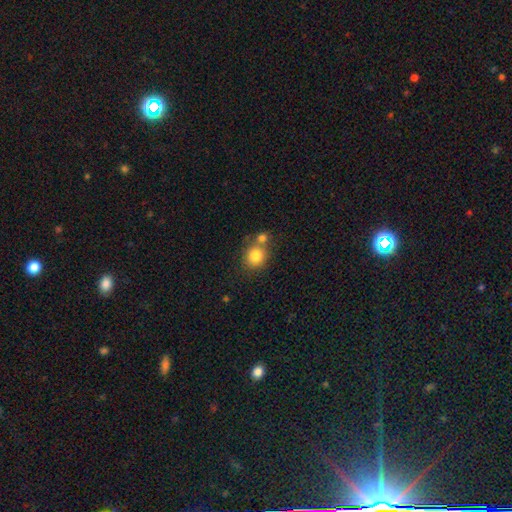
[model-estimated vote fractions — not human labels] This is clearly a smooth galaxy (81%). How rounded: clearly round (83%). Merging: possibly none (57%).